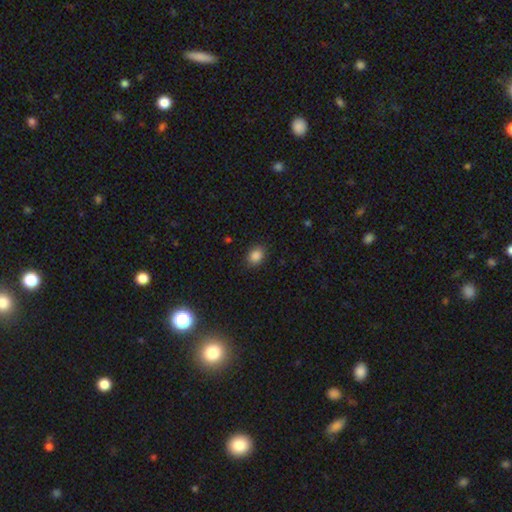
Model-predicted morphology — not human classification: type=smooth (87%); roundness=in between (57%); merging=none (88%).